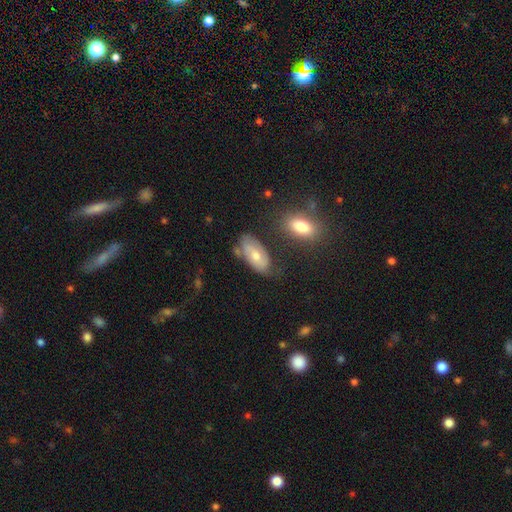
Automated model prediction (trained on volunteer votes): smooth_or_featured: smooth (p=0.54) [alt: featured or disk p=0.39]
how_rounded: in between (p=0.91) [alt: cigar-shaped p=0.06]
merging: none (p=0.55) [alt: minor disturbance p=0.27]